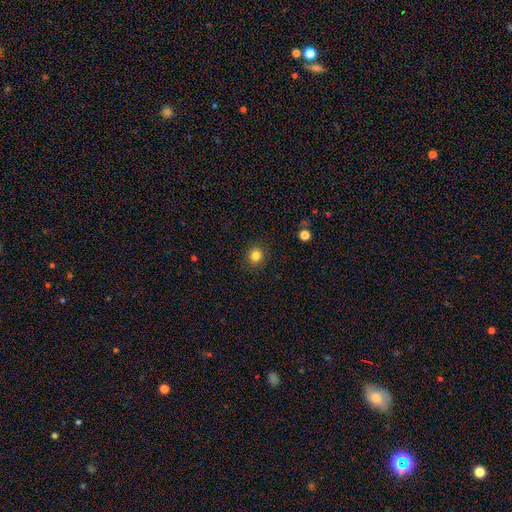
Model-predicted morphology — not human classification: This appears to be a smooth galaxy with no disk features (82%) that is round (83%). Merging: none (90%).